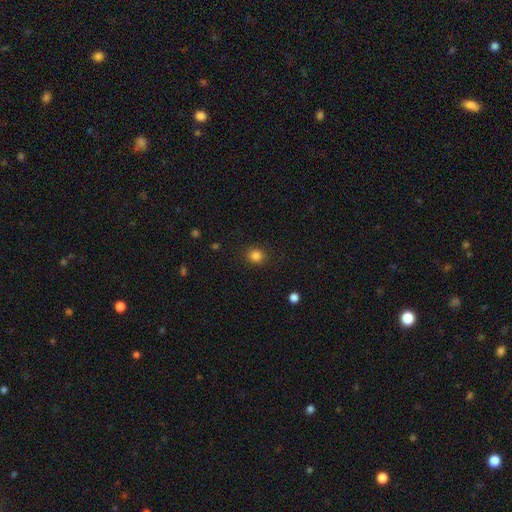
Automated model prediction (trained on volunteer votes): The model was most divided on "how rounded": round: 80%, in between: 19%, cigar-shaped: 1%. More confident: merging — none (89%); smooth or featured — smooth (84%).